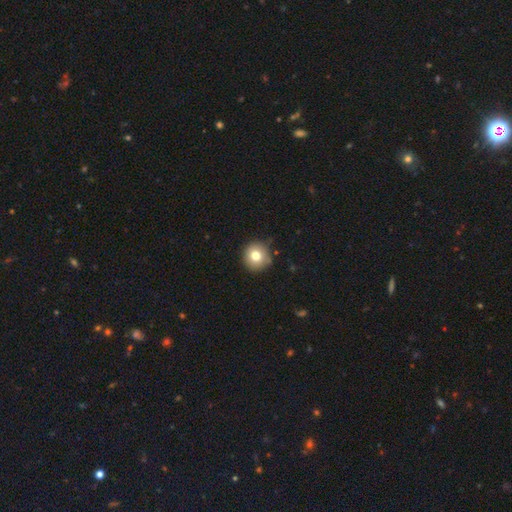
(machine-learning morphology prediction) smooth 78%, featured or disk 12%, star or artifact 11%. Down the decision tree: how rounded — round (94%); merging — none (85%).